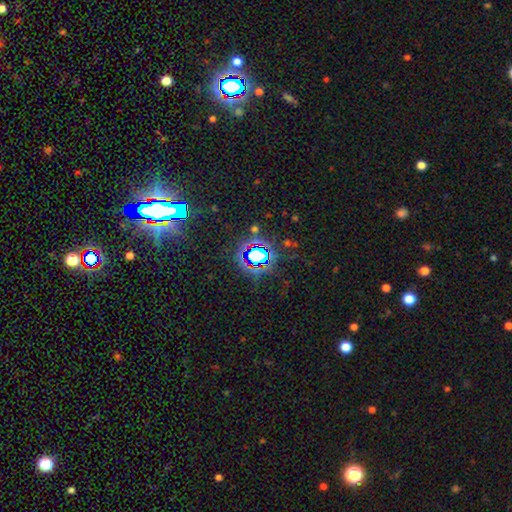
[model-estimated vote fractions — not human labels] This appears to be a star or artifact, not a galaxy (73%).